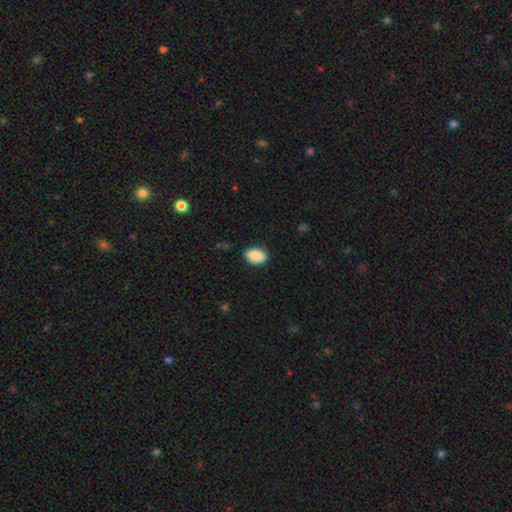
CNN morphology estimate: Smooth or featured?
  - smooth: 89% *
  - star or artifact: 7%
  - featured or disk: 4%
How rounded?
  - in between: 90% *
  - round: 8%
  - cigar-shaped: 2%
Merging?
  - none: 83% *
  - minor disturbance: 14%
  - major disturbance: 3%
  - merger: 1%